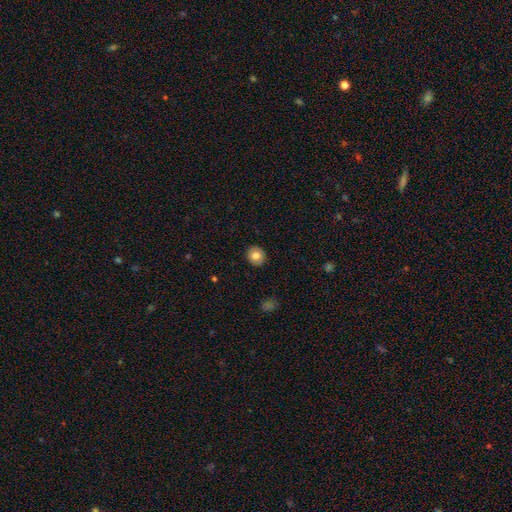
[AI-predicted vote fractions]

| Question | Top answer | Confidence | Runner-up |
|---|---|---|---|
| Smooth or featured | smooth | 79% | featured or disk (13%) |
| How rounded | round | 82% | in between (17%) |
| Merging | none | 91% | minor disturbance (6%) |